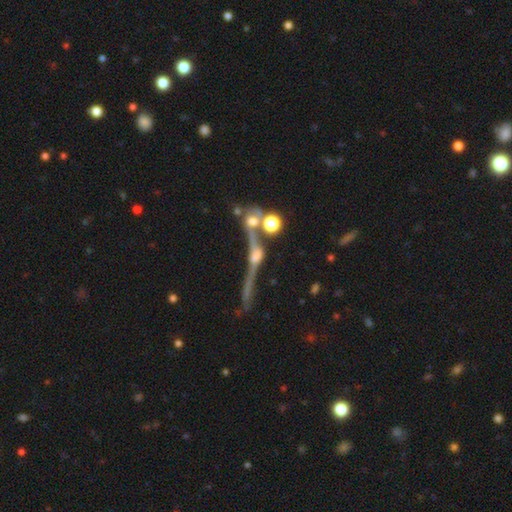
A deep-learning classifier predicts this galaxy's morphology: smooth-or-featured: featured or disk: 67% | smooth: 17% | star or artifact: 16%
  disk-edge-on: yes: 82% | no: 18%
    edge-on-bulge: rounded: 78% | boxy: 11% | none: 11%
  merging: none: 49% | merger: 26% | minor disturbance: 13% | major disturbance: 11%